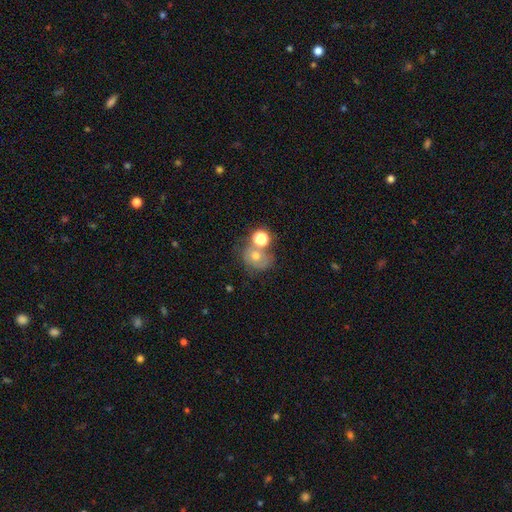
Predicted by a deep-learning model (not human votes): This is possibly a smooth galaxy (53%). How rounded: likely round (71%). Merging: marginally none (41%).